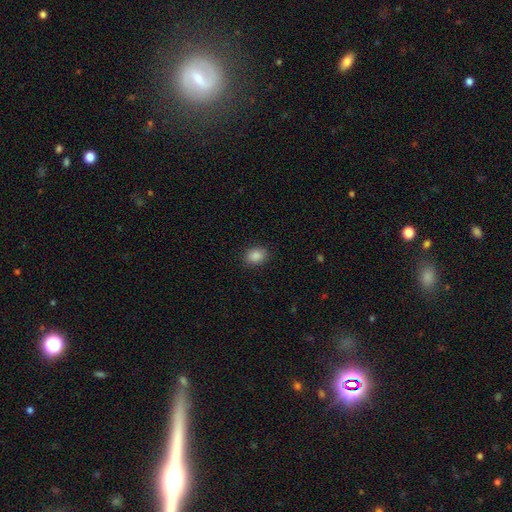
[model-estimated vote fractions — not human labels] Smooth or featured?
  - smooth: 88% *
  - star or artifact: 9%
  - featured or disk: 3%
How rounded?
  - in between: 58% *
  - round: 41%
  - cigar-shaped: 1%
Merging?
  - none: 88% *
  - minor disturbance: 8%
  - major disturbance: 2%
  - merger: 1%